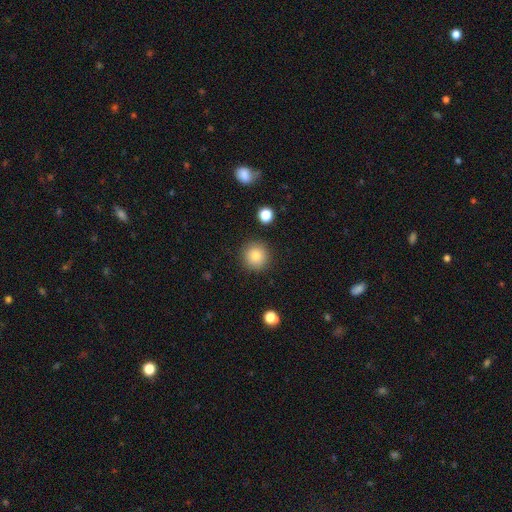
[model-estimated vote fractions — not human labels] Smooth or featured?
  - smooth: 83% *
  - star or artifact: 10%
  - featured or disk: 6%
How rounded?
  - round: 95% *
  - in between: 4%
  - cigar-shaped: 1%
Merging?
  - none: 90% *
  - minor disturbance: 6%
  - major disturbance: 2%
  - merger: 2%